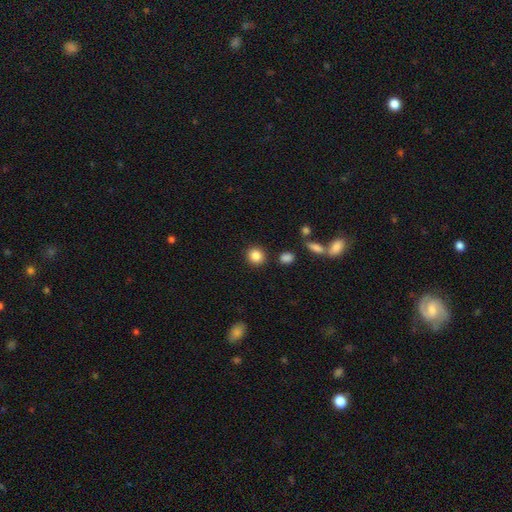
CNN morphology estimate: Smooth or featured: smooth — 85% (star or artifact — 10%)
How rounded: round — 88% (in between — 11%)
Merging: none — 88% (minor disturbance — 6%)